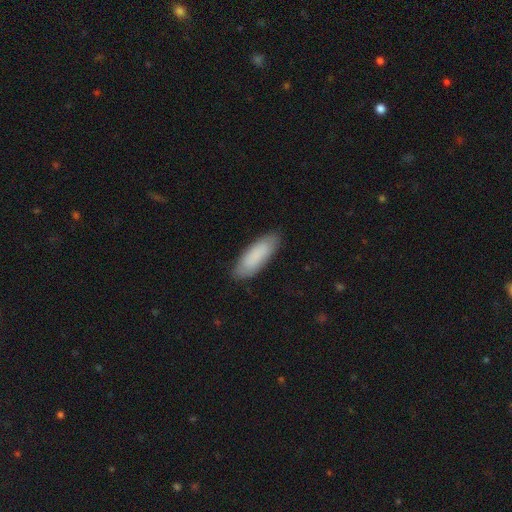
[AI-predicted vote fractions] This is clearly a smooth galaxy (84%). How rounded: likely in between (65%). Merging: clearly none (85%).